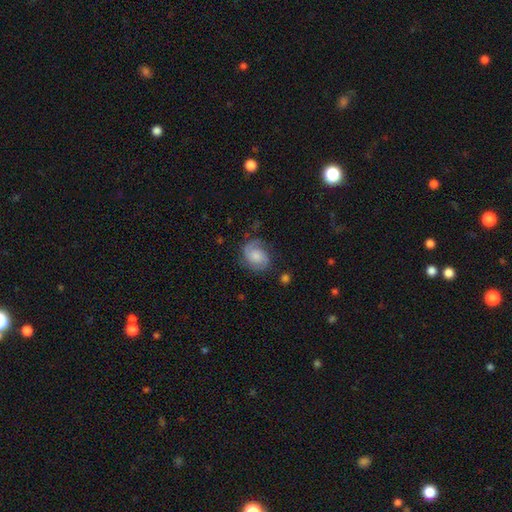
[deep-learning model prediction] Morphology: type=featured or disk (65%); edge-on=no (98%); bar=no (67%); spiral arms=yes (93%); winding=medium (44%); arm count=2 (73%); bulge=moderate (35%); merging=none (66%).